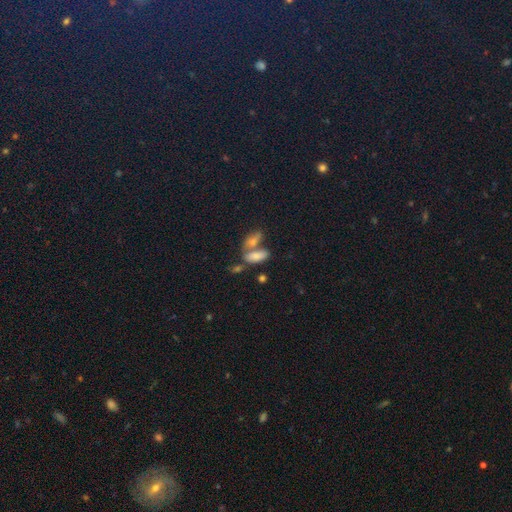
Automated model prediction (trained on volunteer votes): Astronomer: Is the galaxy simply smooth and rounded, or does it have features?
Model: smooth — 70%.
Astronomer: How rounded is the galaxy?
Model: in between — 83%.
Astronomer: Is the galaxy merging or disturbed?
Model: merger — 50% (runner-up: none, 35%).